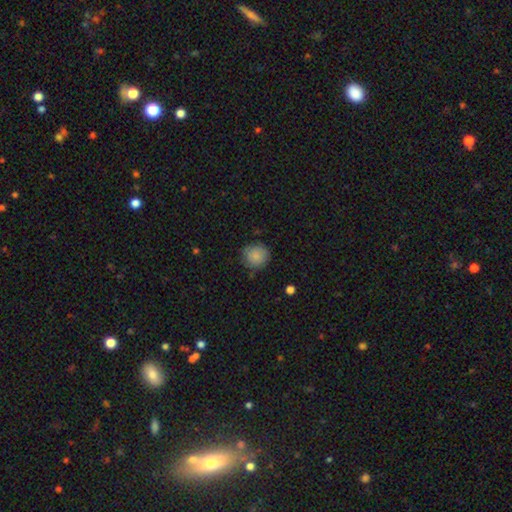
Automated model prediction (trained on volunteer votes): This appears to be a smooth galaxy with no disk features (86%) that is round (91%). Merging: none (80%).